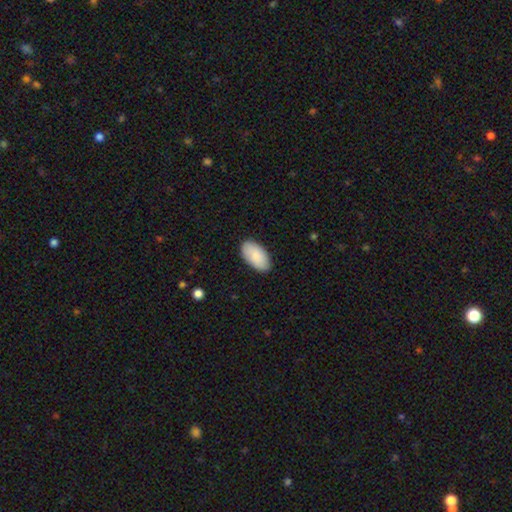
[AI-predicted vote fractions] This appears to be a smooth galaxy with no disk features (86%) that is in between round and cigar-shaped (96%). Merging: none (87%).